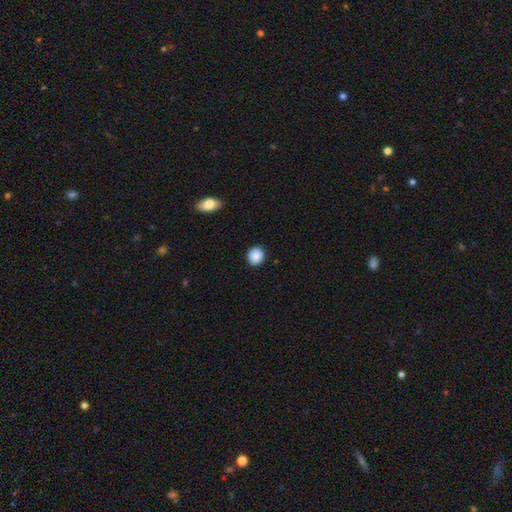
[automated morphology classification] This appears to be a smooth galaxy with no disk features (89%) that is round (89%). Merging: none (91%).